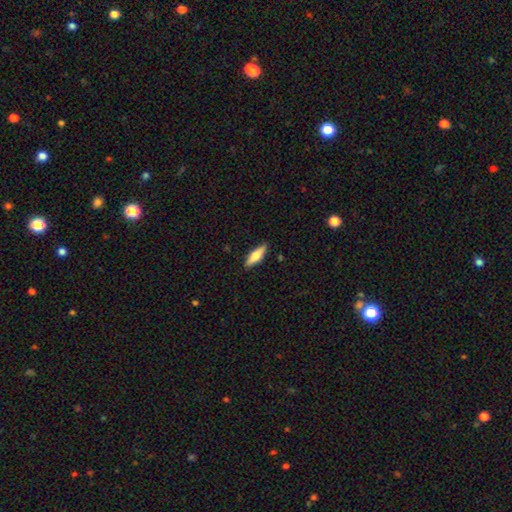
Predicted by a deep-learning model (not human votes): This is likely a smooth galaxy (62%). How rounded: possibly in between (50%). Merging: clearly none (88%).